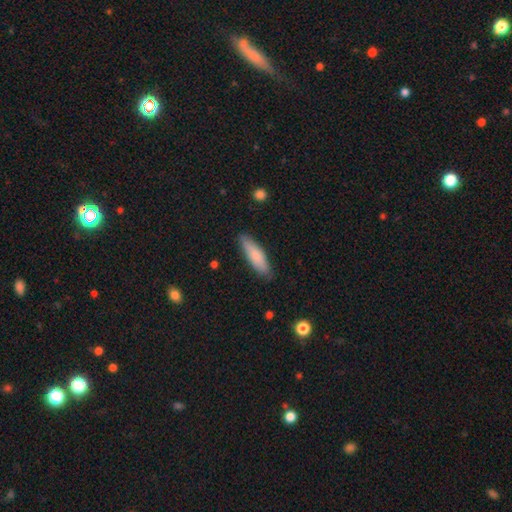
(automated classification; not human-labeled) smooth-or-featured: smooth: 78% | featured or disk: 17% | star or artifact: 6%
  how-rounded: cigar-shaped: 62% | in between: 37% | round: 2%
  merging: none: 84% | minor disturbance: 12% | major disturbance: 2% | merger: 1%